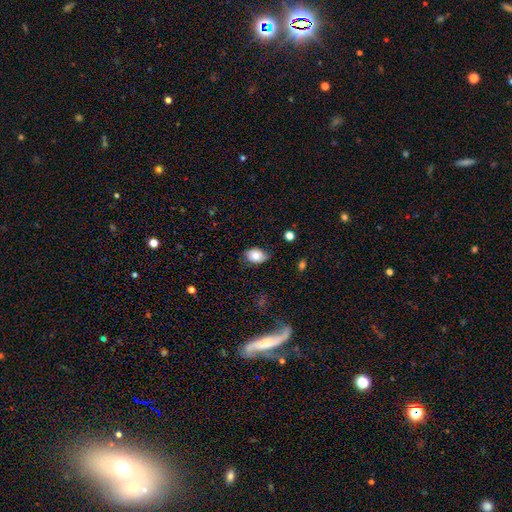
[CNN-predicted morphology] A smooth galaxy with no disk features (77%) that is in between round and cigar-shaped (80%). Merging: none (67%).